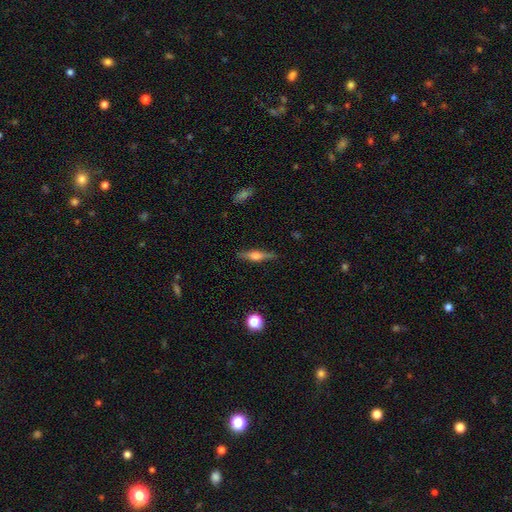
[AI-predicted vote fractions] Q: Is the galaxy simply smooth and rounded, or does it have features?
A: featured or disk — 56%.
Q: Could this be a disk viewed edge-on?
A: yes — 95%.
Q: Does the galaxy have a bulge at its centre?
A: rounded — 81%.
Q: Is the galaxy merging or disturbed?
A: none — 86%.